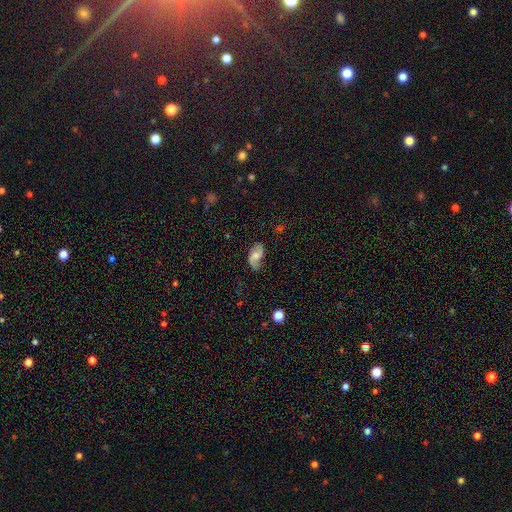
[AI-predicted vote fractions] featured or disk 60%, smooth 32%, star or artifact 8%. Down the decision tree: edge-on disk — no (96%); bar — no (56%); spiral arms — yes (91%); spiral arm count — 2 (88%); spiral winding — loose (54%); bulge size — moderate (50%); merging — none (72%).